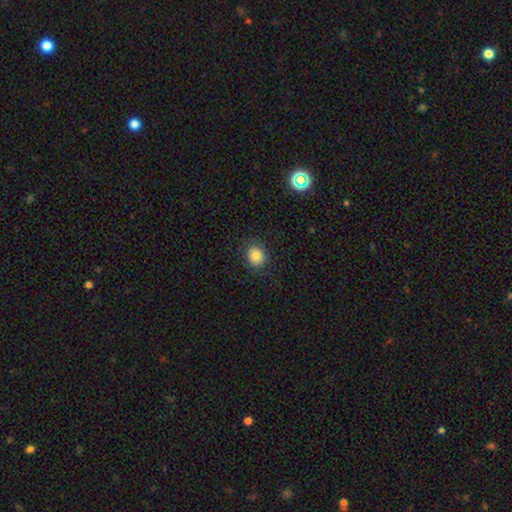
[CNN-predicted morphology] Q: Smooth or featured?
A: smooth (83%); runner-up: star or artifact (10%)
Q: How rounded?
A: round (70%); runner-up: in between (29%)
Q: Merging?
A: none (84%); runner-up: minor disturbance (11%)